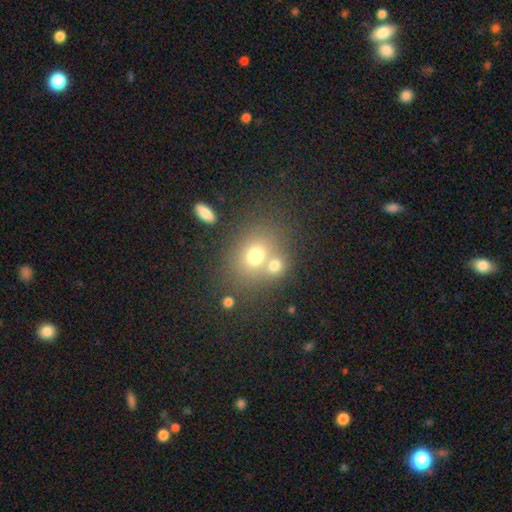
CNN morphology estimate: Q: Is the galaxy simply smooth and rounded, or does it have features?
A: smooth — 70%.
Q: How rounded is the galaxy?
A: round — 58%.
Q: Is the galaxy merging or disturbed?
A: none — 46%.